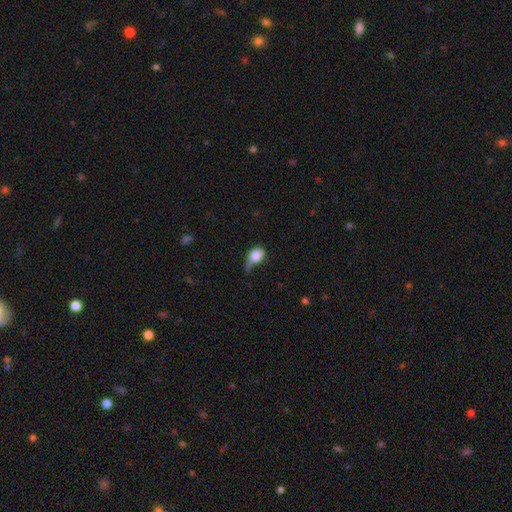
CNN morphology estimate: The model was most divided on "merging": major disturbance: 37%, minor disturbance: 33%, none: 22%, merger: 8%. More confident: smooth or featured — smooth (78%); how rounded — in between (64%).